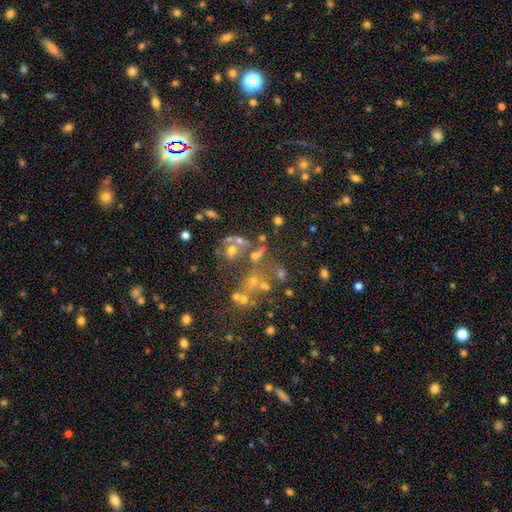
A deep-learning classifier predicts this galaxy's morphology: This is marginally a star or artifact rather than a galaxy (37%).